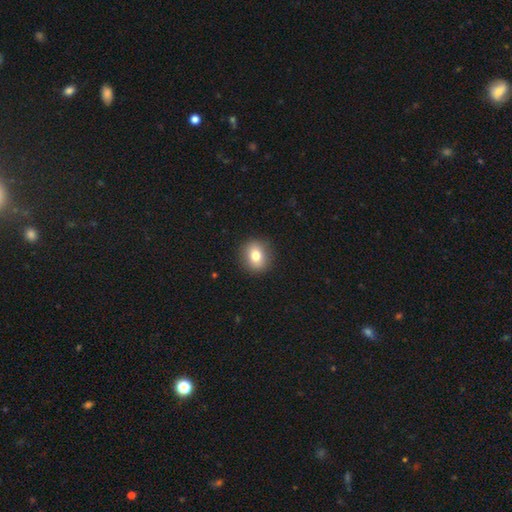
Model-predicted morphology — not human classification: A smooth galaxy with no disk features (81%) that is round (66%). Merging: none (90%).